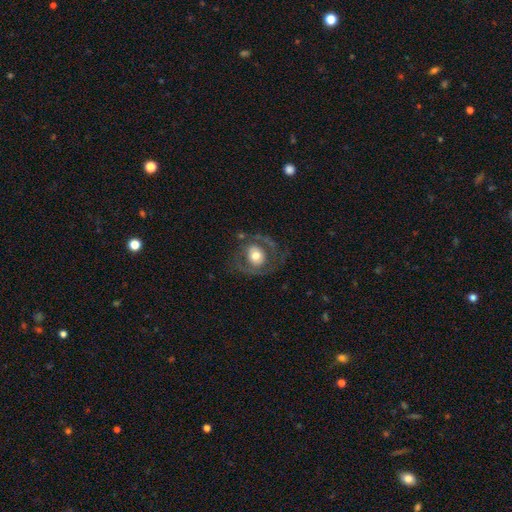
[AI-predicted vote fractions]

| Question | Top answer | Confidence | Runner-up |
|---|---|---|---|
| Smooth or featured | featured or disk | 54% | smooth (39%) |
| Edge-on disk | no | 95% | yes (5%) |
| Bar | no | 74% | weak (19%) |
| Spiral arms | no | 57% | yes (43%) |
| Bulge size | moderate | 59% | large (30%) |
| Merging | none | 62% | major disturbance (19%) |